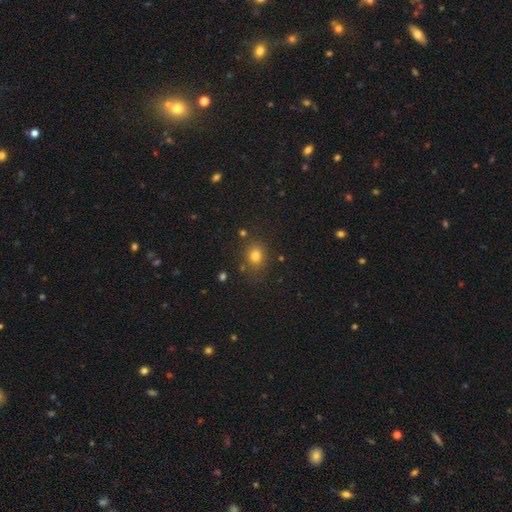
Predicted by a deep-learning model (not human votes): A smooth galaxy with no disk features (77%) that is round (64%).

Vote fractions:
- Smooth or featured? smooth: 77% / star or artifact: 16% / featured or disk: 7%
- How rounded? round: 64% / in between: 35% / cigar-shaped: 1%
- Merging? none: 79% / minor disturbance: 12% / merger: 4% / major disturbance: 4%